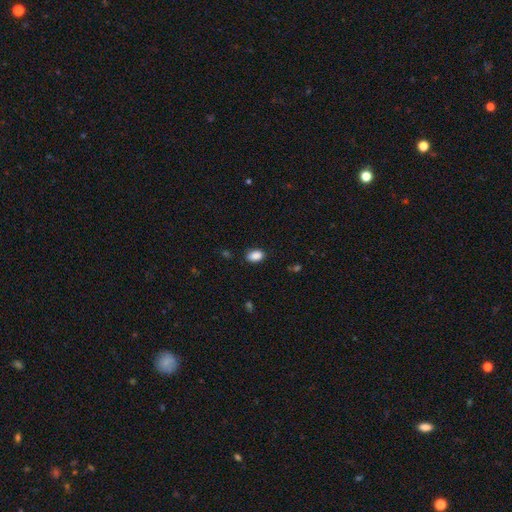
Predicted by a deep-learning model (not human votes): Overall: smooth (89%). How rounded: in between (89%). Merging: none (83%).